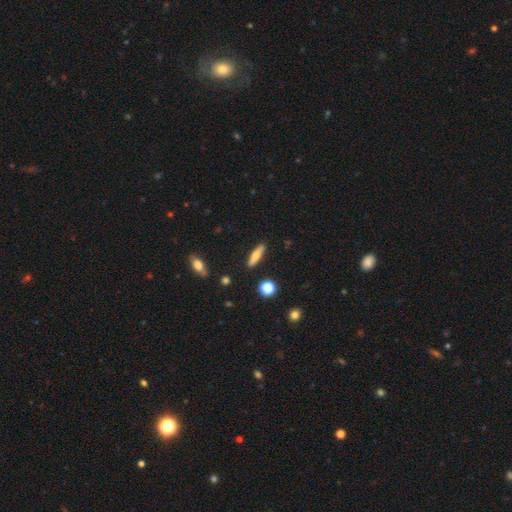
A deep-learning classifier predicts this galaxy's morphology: Smooth or featured: smooth — 58% (featured or disk — 35%)
How rounded: cigar-shaped — 71% (in between — 26%)
Merging: none — 88% (minor disturbance — 8%)